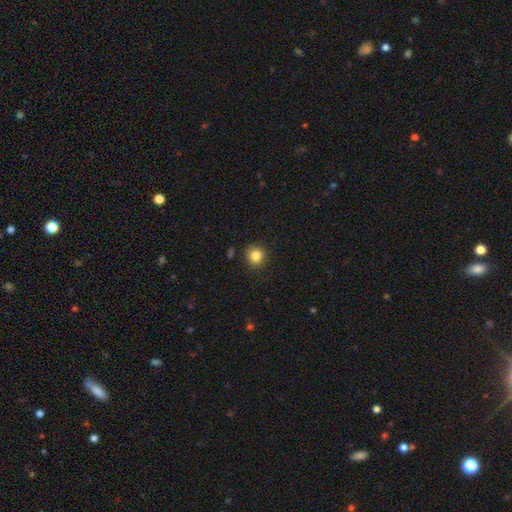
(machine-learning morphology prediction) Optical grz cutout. It shows a smooth galaxy with no disk features (84%) that is round (92%). Merging: none (90%).